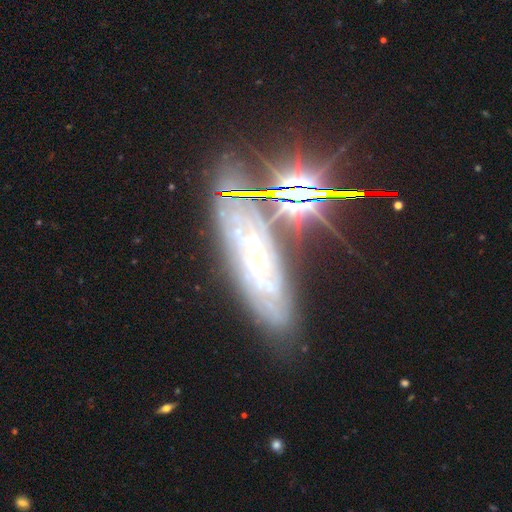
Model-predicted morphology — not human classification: Smooth or featured? featured or disk (69%)
Edge-on disk? no (74%)
Bar? no (63%)
Spiral arms? yes (89%)
Bulge size? small (81%)
Merging? none (75%)